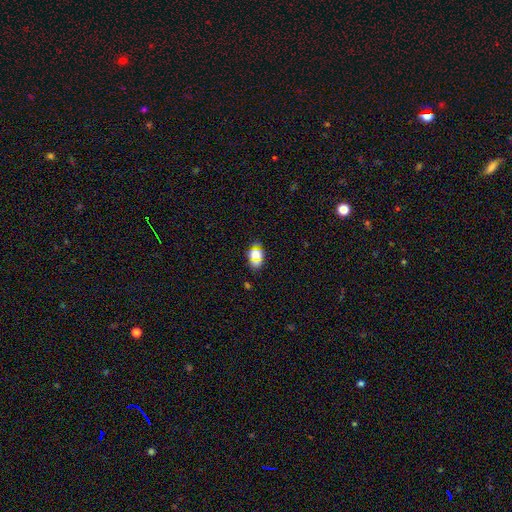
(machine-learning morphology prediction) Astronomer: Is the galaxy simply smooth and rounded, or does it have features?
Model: smooth — 62%.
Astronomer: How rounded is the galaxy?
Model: in between — 52% (runner-up: round, 45%).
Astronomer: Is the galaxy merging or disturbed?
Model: none — 82%.